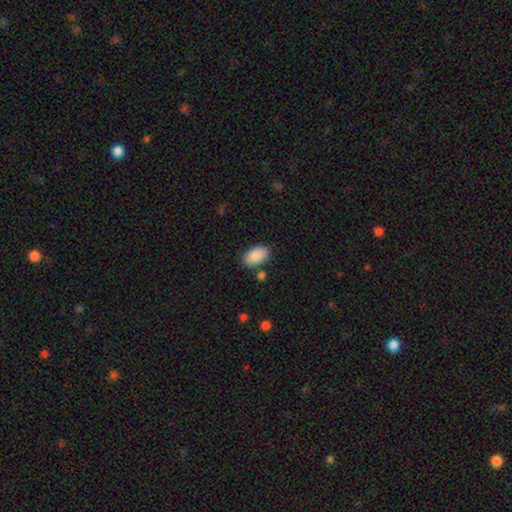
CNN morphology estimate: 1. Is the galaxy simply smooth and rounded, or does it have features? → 89% smooth, 6% star or artifact, 5% featured or disk.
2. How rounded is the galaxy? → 94% in between, 4% round, 1% cigar-shaped.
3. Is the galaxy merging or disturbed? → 80% none, 12% minor disturbance, 5% merger, 3% major disturbance.